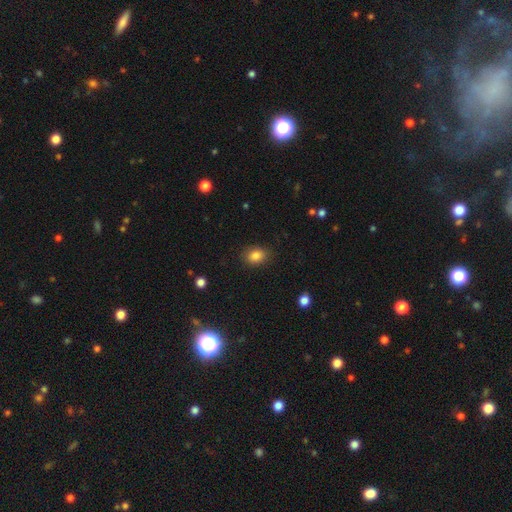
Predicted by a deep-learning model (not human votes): Smooth or featured: smooth — 85% (star or artifact — 10%)
How rounded: in between — 61% (round — 38%)
Merging: none — 85% (minor disturbance — 11%)